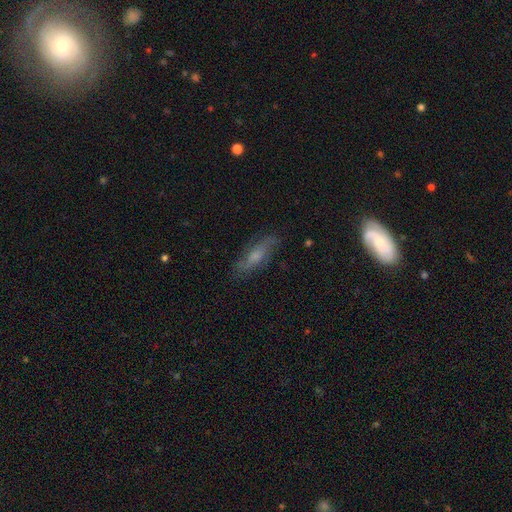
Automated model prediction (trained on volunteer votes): smooth_or_featured: featured or disk (p=0.56) [alt: smooth p=0.34]
disk_edge_on: no (p=0.73) [alt: yes p=0.27]
merging: none (p=0.76) [alt: minor disturbance p=0.17]